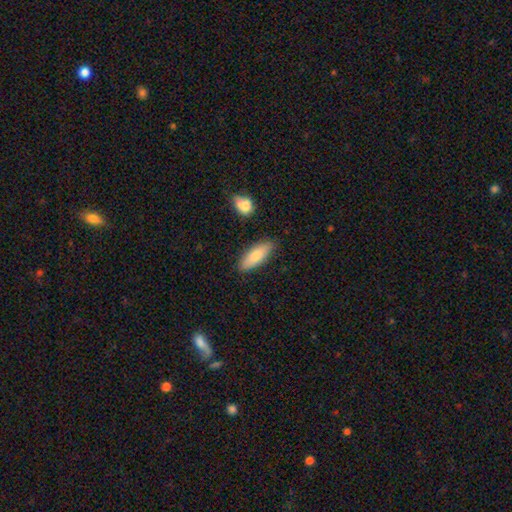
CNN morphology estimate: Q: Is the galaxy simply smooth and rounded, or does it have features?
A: smooth — 78%.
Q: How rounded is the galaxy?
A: in between — 64%.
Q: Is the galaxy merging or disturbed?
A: none — 83%.